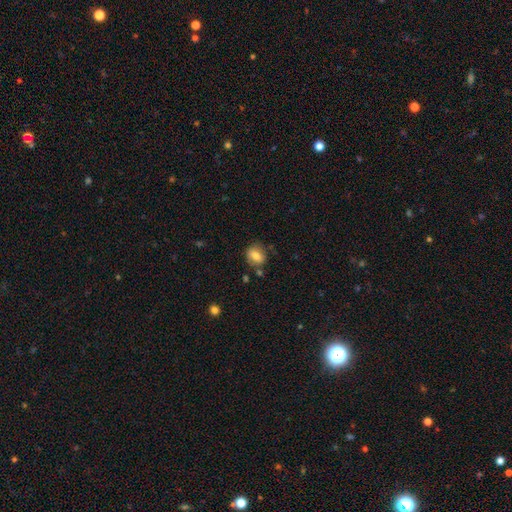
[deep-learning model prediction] Morphology: type=smooth (77%); roundness=round (55%); merging=none (73%).